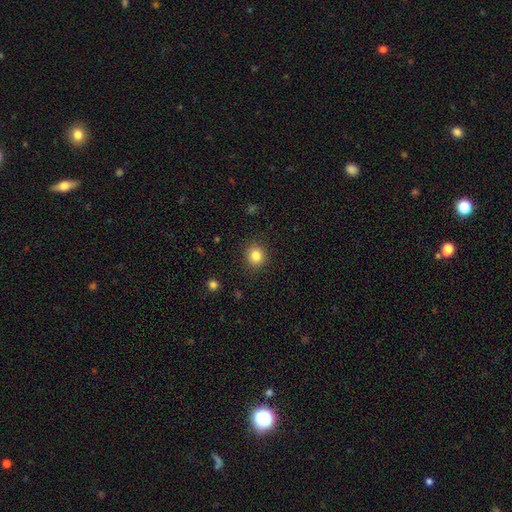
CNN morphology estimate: A smooth galaxy with no disk features (83%) that is round (86%).

Vote fractions:
- Smooth or featured? smooth: 83% / star or artifact: 11% / featured or disk: 6%
- How rounded? round: 86% / in between: 13% / cigar-shaped: 1%
- Merging? none: 90% / minor disturbance: 7% / major disturbance: 2% / merger: 1%